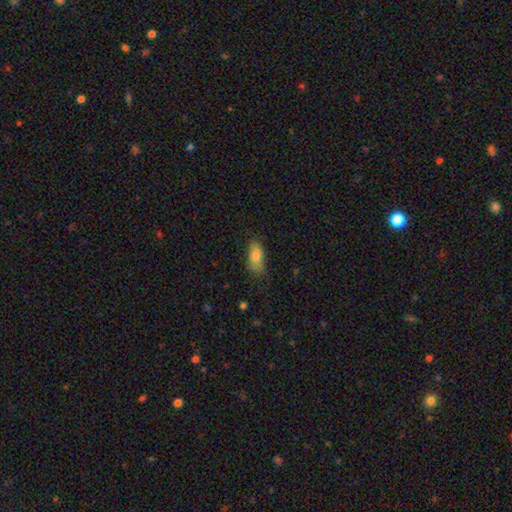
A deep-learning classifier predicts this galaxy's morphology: Smooth or featured? Predicted: smooth (p=0.78). How rounded? Predicted: in between (p=0.82). Merging? Predicted: none (p=0.61).